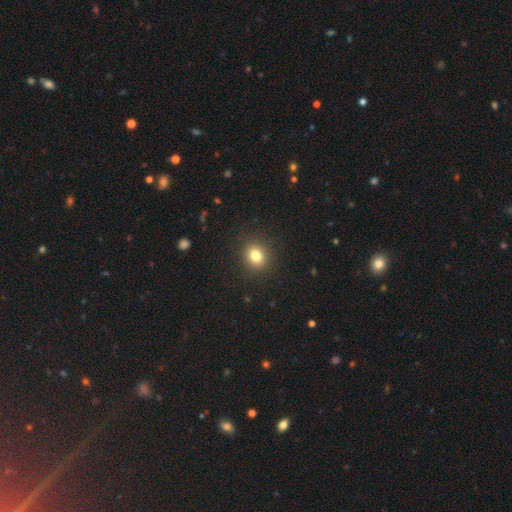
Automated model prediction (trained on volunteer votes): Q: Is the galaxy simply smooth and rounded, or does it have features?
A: smooth — 81%.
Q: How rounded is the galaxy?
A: round — 77%.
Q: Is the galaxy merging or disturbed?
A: none — 90%.